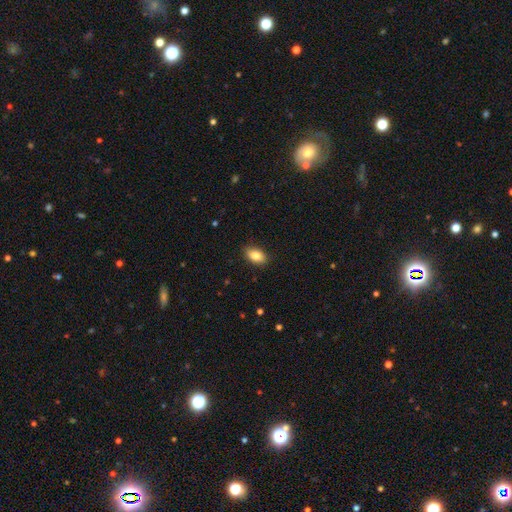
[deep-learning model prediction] Smooth or featured? Predicted: smooth (p=0.86). How rounded? Predicted: in between (p=0.90). Merging? Predicted: none (p=0.87).